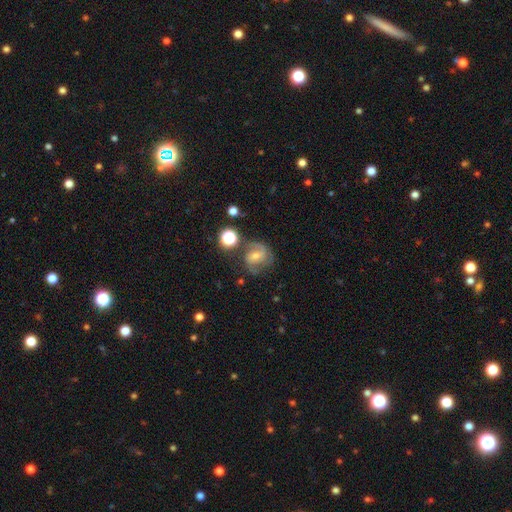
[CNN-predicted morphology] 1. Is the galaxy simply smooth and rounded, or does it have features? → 66% featured or disk, 22% smooth, 11% star or artifact.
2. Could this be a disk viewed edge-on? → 97% no, 3% yes.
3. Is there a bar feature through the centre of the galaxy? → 49% weak, 31% no, 20% strong.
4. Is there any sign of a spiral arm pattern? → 90% yes, 10% no.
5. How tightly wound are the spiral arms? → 50% medium, 29% tight, 21% loose.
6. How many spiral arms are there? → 66% 2, 14% can't tell, 9% 1, 7% 3, 2% 4, 2% more than 4.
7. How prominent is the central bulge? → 45% small (tied), 45% moderate (tied), 5% none, 4% large, 1% dominant.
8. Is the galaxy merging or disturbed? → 57% none, 21% minor disturbance, 14% major disturbance, 8% merger.